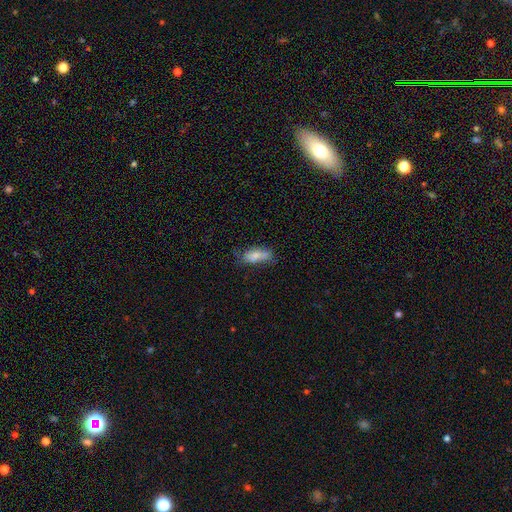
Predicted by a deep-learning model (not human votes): smooth 73%, featured or disk 19%, star or artifact 8%. Down the decision tree: how rounded — in between (74%); merging — none (49%).